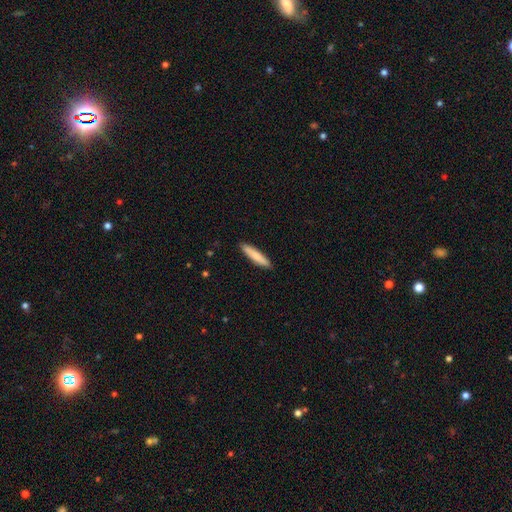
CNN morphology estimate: Smooth or featured? smooth (81%)
How rounded? cigar-shaped (89%)
Merging? none (91%)